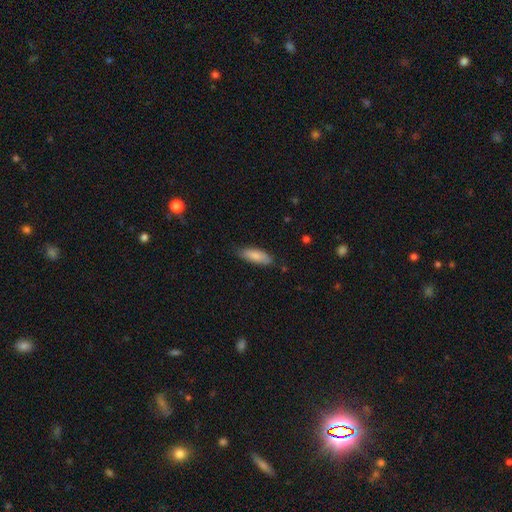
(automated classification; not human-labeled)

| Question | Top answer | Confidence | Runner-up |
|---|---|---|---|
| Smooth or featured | smooth | 83% | featured or disk (12%) |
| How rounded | in between | 65% | cigar-shaped (33%) |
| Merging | none | 75% | minor disturbance (20%) |